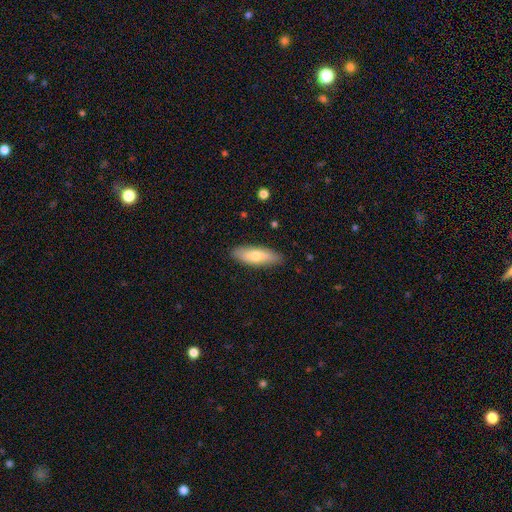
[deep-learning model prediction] A smooth galaxy with no disk features (68%) that is in between round and cigar-shaped (55%).

Vote fractions:
- Smooth or featured? smooth: 68% / featured or disk: 26% / star or artifact: 6%
- How rounded? in between: 55% / cigar-shaped: 43% / round: 2%
- Merging? none: 87% / minor disturbance: 10% / major disturbance: 2% / merger: 1%